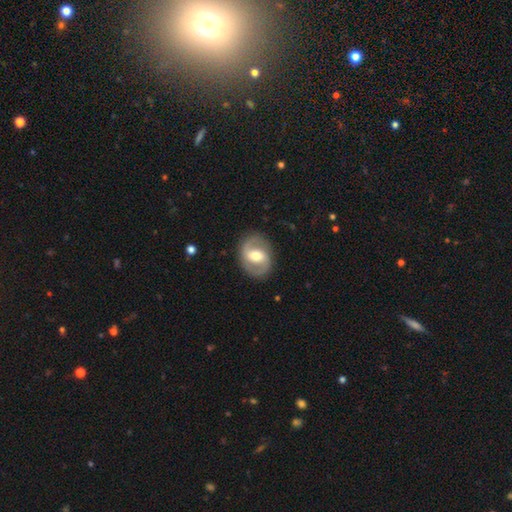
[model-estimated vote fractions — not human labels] A featured or disk galaxy (74%) with a weak bar (46%), 2 (90%) medium (51%) spiral arms (82%) and a moderate central bulge (68%).

Vote fractions:
- Smooth or featured? featured or disk: 74% / smooth: 21% / star or artifact: 5%
- Edge-on disk? no: 97% / yes: 3%
- Bar? weak: 46% / strong: 30% / no: 24%
- Spiral arms? yes: 82% / no: 18%
- Spiral winding? medium: 51% / loose: 25% / tight: 24%
- Spiral arm count? 2: 90% / can't tell: 5% / 1: 2% / 3: 1% / 4: 1% / more than 4: 1%
- Bulge size? moderate: 68% / large: 16% / small: 14% / dominant: 1% / none: 1%
- Merging? none: 85% / minor disturbance: 10% / major disturbance: 4% / merger: 1%